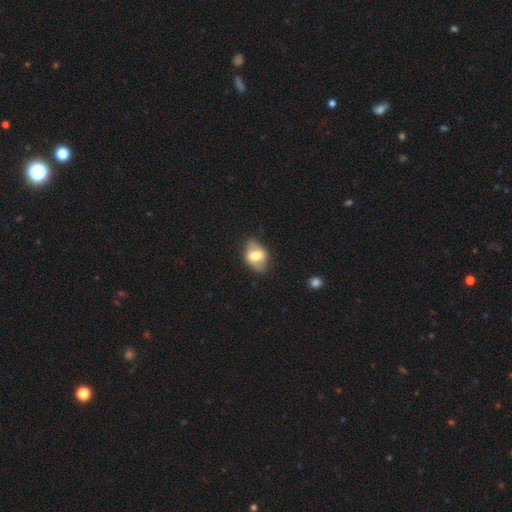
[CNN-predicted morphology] Smooth or featured? Predicted: smooth (p=0.57). How rounded? Predicted: in between (p=0.80). Merging? Predicted: none (p=0.71).